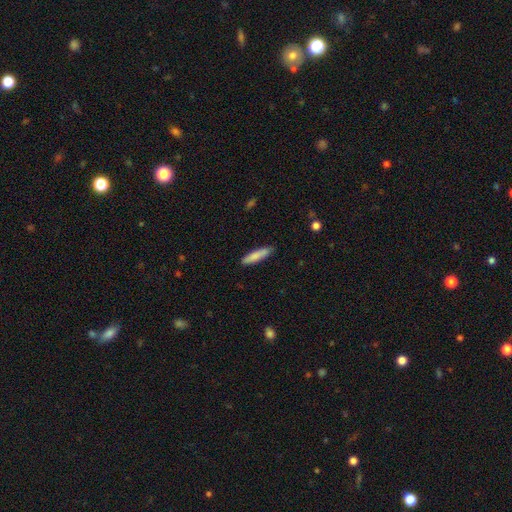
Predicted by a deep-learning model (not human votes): Q: Smooth or featured?
A: smooth (82%); runner-up: featured or disk (12%)
Q: How rounded?
A: cigar-shaped (82%); runner-up: in between (17%)
Q: Merging?
A: none (87%); runner-up: minor disturbance (10%)